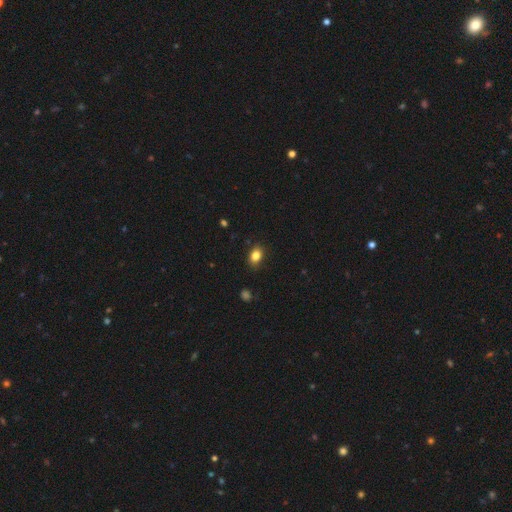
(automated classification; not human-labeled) Smooth or featured? smooth (84%)
How rounded? in between (76%)
Merging? none (86%)